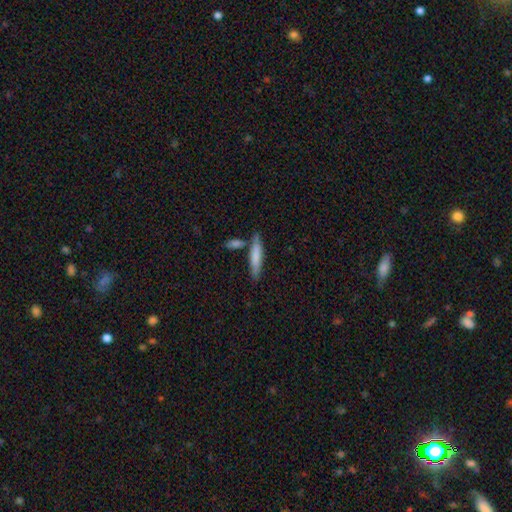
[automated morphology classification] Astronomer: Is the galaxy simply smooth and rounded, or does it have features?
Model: smooth — 73%.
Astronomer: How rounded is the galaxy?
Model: cigar-shaped — 85%.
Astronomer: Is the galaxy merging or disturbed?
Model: none — 70%.